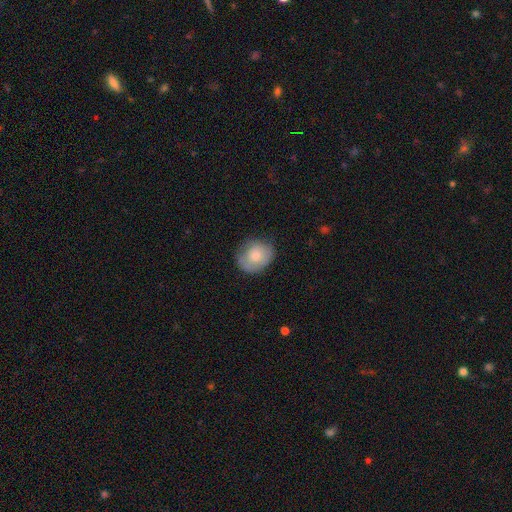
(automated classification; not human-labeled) Smooth or featured? Predicted: smooth (p=0.72). How rounded? Predicted: round (p=0.64). Merging? Predicted: none (p=0.66).